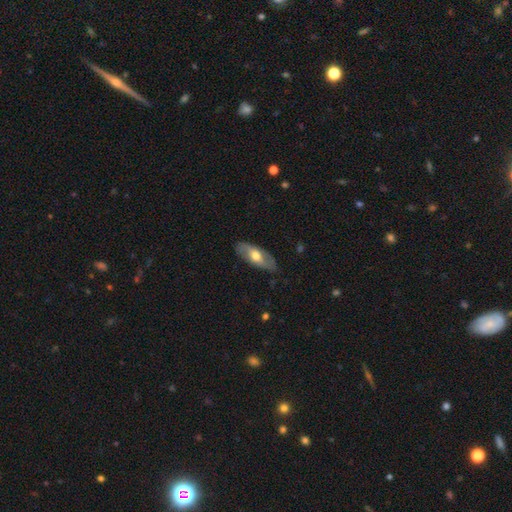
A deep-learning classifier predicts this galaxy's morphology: The model was most divided on "smooth or featured": featured or disk: 50%, smooth: 45%, star or artifact: 5%. More confident: merging — none (82%).